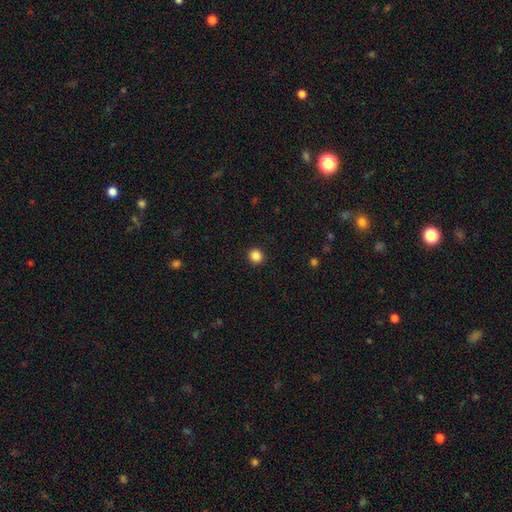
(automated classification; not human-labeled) A smooth galaxy with no disk features (86%) that is round (92%).

Vote fractions:
- Smooth or featured? smooth: 86% / star or artifact: 11% / featured or disk: 3%
- How rounded? round: 92% / in between: 7% / cigar-shaped: 1%
- Merging? none: 93% / minor disturbance: 5% / major disturbance: 2% / merger: 1%